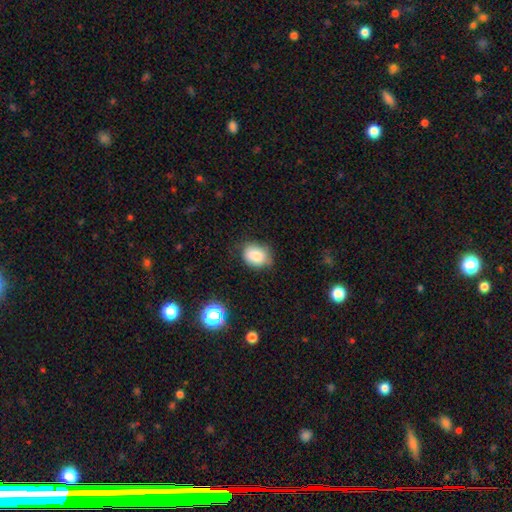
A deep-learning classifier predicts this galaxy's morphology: This is clearly a smooth galaxy (83%). How rounded: possibly in between (54%). Merging: likely none (69%).